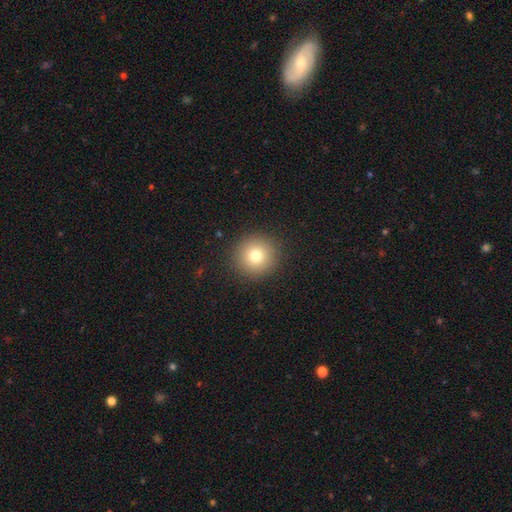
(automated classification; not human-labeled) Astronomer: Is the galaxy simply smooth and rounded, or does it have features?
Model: smooth — 76%.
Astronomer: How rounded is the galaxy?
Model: round — 95%.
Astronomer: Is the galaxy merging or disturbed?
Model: none — 92%.